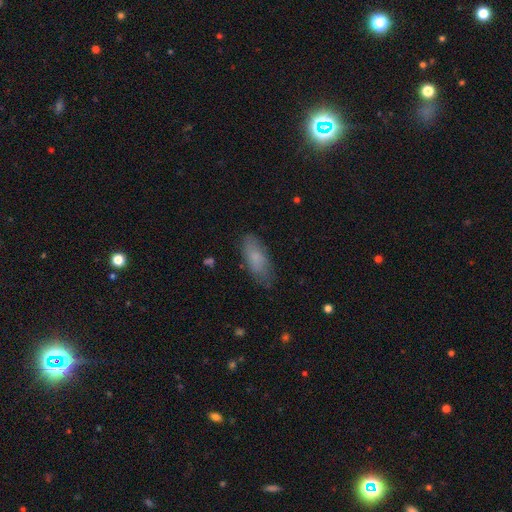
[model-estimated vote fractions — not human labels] Morphology: type=smooth (77%); roundness=in between (79%); merging=none (76%).